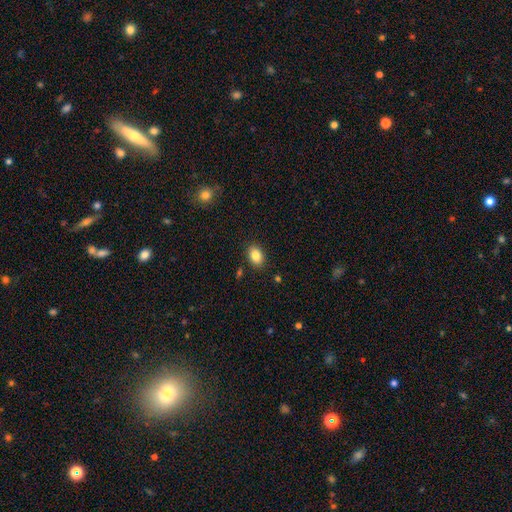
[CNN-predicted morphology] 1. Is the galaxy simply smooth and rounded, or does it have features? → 85% smooth, 9% star or artifact, 6% featured or disk.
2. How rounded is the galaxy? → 81% in between, 18% round, 1% cigar-shaped.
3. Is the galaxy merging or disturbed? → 87% none, 9% minor disturbance, 2% major disturbance, 2% merger.